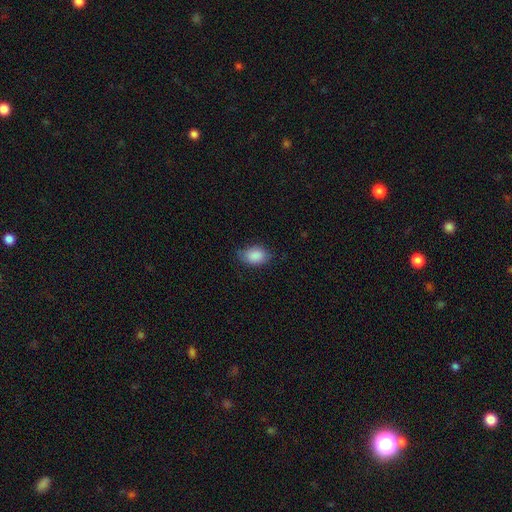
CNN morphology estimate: smooth 88%, star or artifact 7%, featured or disk 5%. Down the decision tree: how rounded — in between (83%); merging — none (74%).